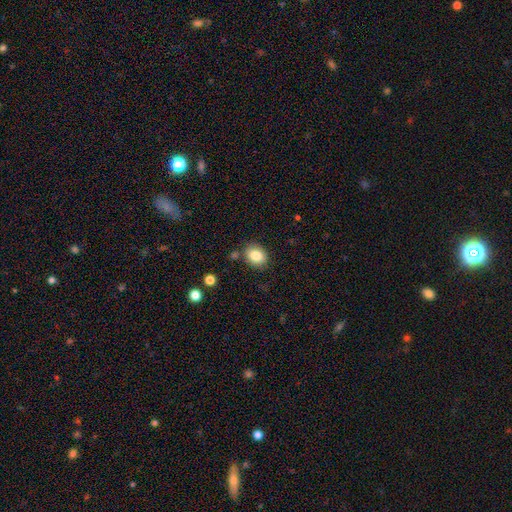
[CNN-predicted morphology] smooth_or_featured: smooth (p=0.85) [alt: star or artifact p=0.09]
how_rounded: in between (p=0.57) [alt: round p=0.43]
merging: none (p=0.81) [alt: minor disturbance p=0.11]